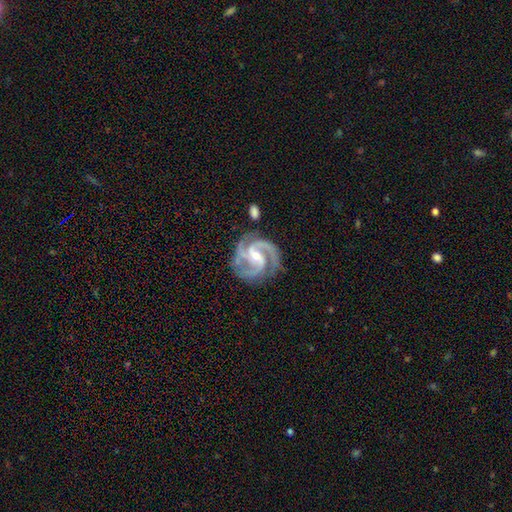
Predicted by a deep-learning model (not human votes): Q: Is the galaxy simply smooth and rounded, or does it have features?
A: featured or disk — 94%.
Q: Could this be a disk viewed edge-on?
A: no — 98%.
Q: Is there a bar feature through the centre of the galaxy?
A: weak — 41%.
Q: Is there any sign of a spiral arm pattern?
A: yes — 99%.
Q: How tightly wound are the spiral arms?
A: medium — 55%.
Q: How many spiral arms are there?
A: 3 — 62%.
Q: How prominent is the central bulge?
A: small — 59%.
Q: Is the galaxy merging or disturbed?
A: none — 76%.